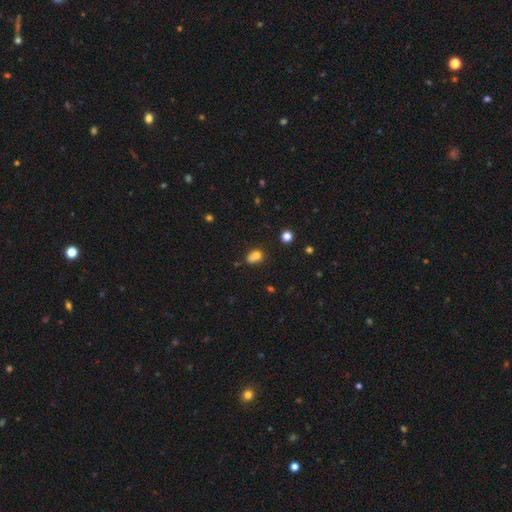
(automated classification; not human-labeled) This is likely a smooth galaxy (76%). How rounded: possibly in between (54%). Merging: marginally none (43%).